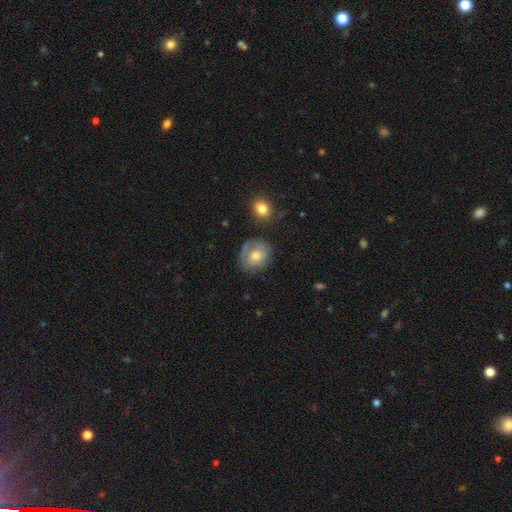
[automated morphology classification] type=smooth (62%); roundness=round (66%); merging=none (63%).